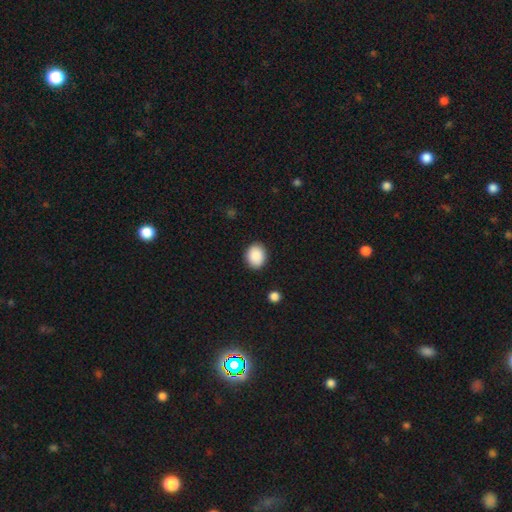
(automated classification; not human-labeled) Smooth or featured? smooth (90%)
How rounded? round (50%)
Merging? none (89%)